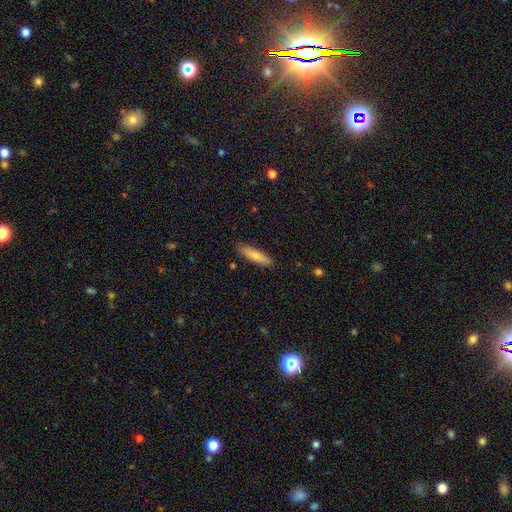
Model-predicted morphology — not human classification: smooth-or-featured: smooth: 76% | featured or disk: 19% | star or artifact: 6%
  how-rounded: cigar-shaped: 70% | in between: 29% | round: 2%
  merging: none: 86% | minor disturbance: 11% | major disturbance: 2% | merger: 1%